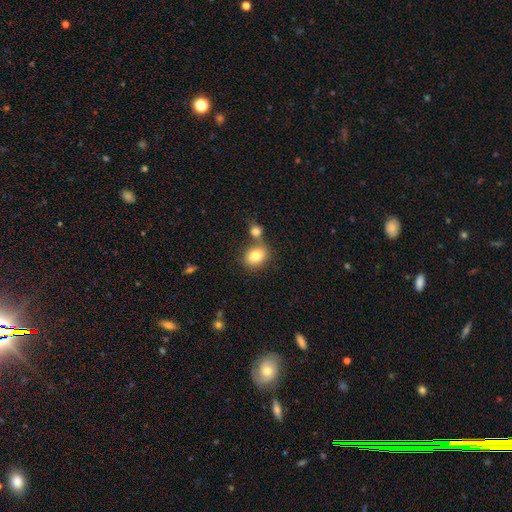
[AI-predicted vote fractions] smooth-or-featured: smooth: 82% | featured or disk: 9% | star or artifact: 9%
  how-rounded: in between: 59% | round: 40% | cigar-shaped: 1%
  merging: none: 50% | merger: 35% | minor disturbance: 11% | major disturbance: 4%